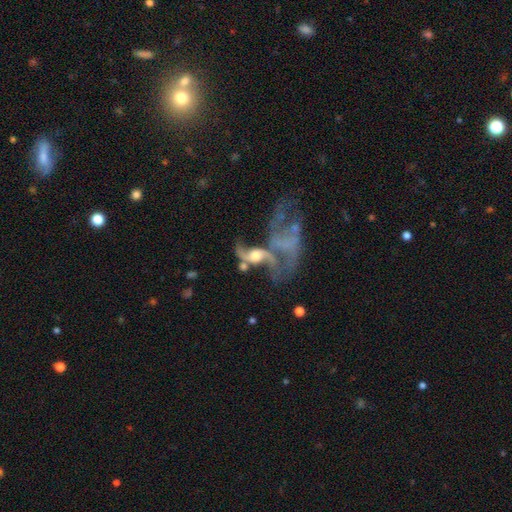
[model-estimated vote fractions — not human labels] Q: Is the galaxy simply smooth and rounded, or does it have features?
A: featured or disk — 74%.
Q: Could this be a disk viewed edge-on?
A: no — 95%.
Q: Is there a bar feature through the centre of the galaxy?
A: no — 68%.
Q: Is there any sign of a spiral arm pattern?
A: yes — 69%.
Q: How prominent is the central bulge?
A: moderate — 46%.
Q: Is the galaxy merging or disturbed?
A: merger — 43%.